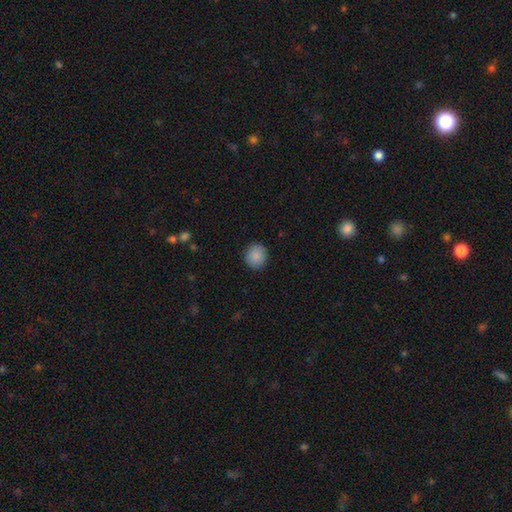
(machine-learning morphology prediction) Smooth or featured? smooth (88%)
How rounded? round (80%)
Merging? none (90%)